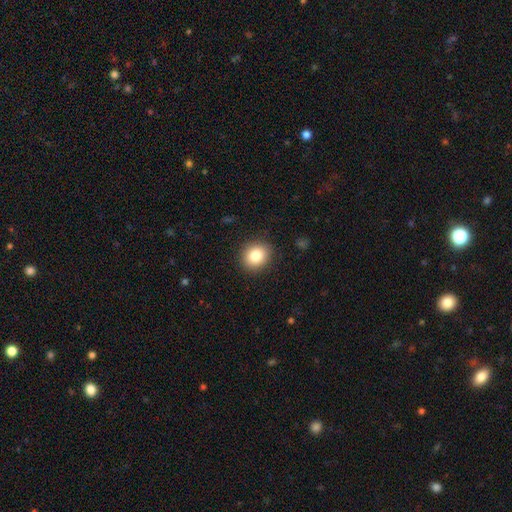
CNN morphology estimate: The model was most divided on "how rounded": round: 72%, in between: 27%, cigar-shaped: 1%. More confident: merging — none (89%); smooth or featured — smooth (84%).